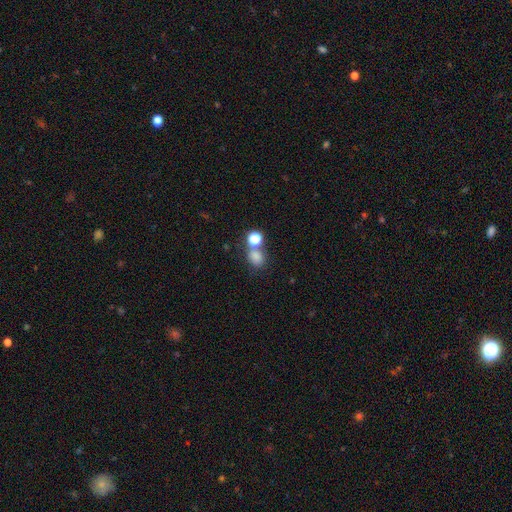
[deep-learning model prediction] This appears to be a smooth galaxy with no disk features (76%) that is round (56%). Merging: none (53%).